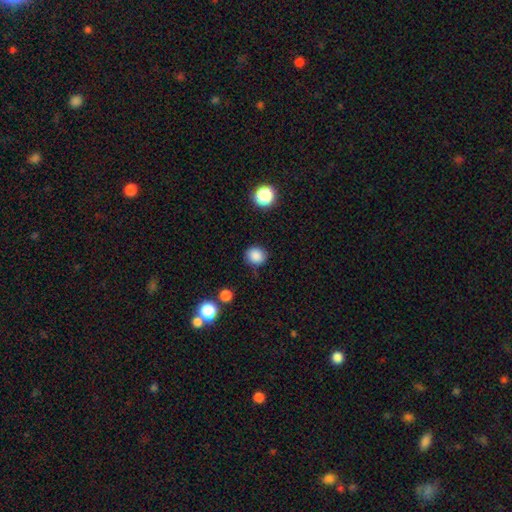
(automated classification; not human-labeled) Smooth or featured?
  - smooth: 86% *
  - star or artifact: 11%
  - featured or disk: 4%
How rounded?
  - round: 81% *
  - in between: 18%
  - cigar-shaped: 1%
Merging?
  - none: 84% *
  - minor disturbance: 11%
  - major disturbance: 3%
  - merger: 2%